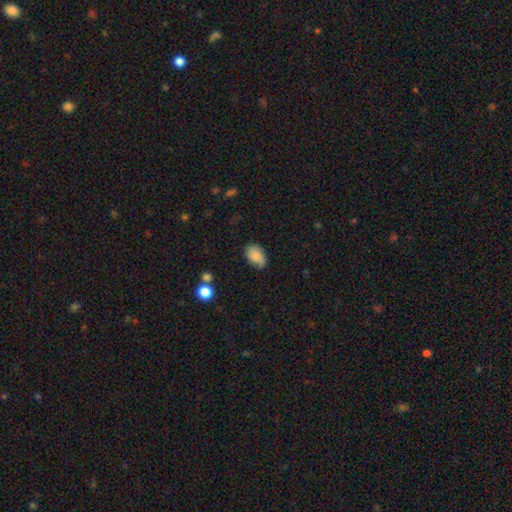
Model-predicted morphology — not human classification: Smooth or featured: smooth — 80% (featured or disk — 12%)
How rounded: in between — 88% (round — 11%)
Merging: none — 64% (minor disturbance — 28%)